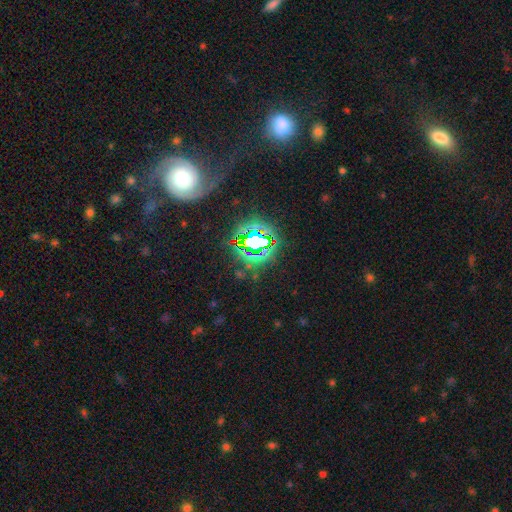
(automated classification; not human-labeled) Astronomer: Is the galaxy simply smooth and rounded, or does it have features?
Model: star or artifact — 55%.